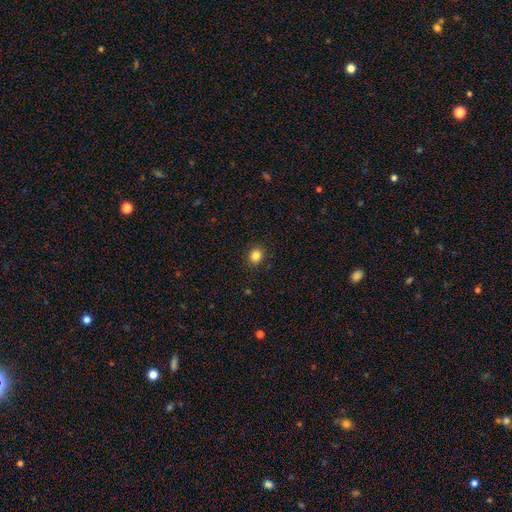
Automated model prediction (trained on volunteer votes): The model was most divided on "how rounded": round: 75%, in between: 25%, cigar-shaped: 1%. More confident: merging — none (90%); smooth or featured — smooth (83%).